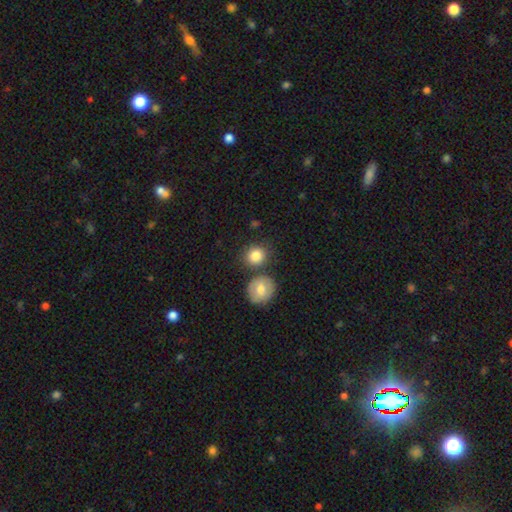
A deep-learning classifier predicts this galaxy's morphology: Smooth or featured? Predicted: smooth (p=0.84). How rounded? Predicted: round (p=0.81). Merging? Predicted: none (p=0.72).